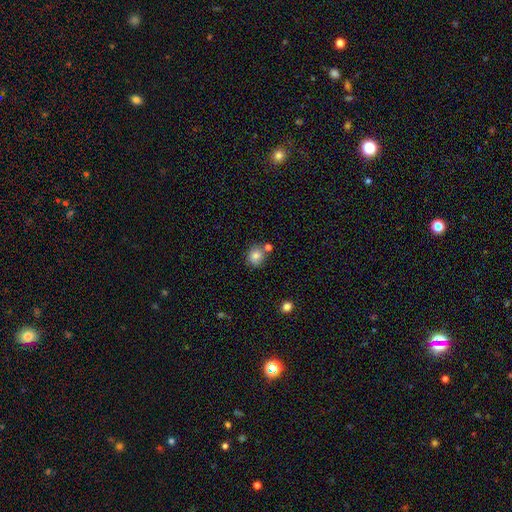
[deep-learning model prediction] smooth 81%, star or artifact 10%, featured or disk 9%. Down the decision tree: how rounded — round (82%); merging — none (67%).